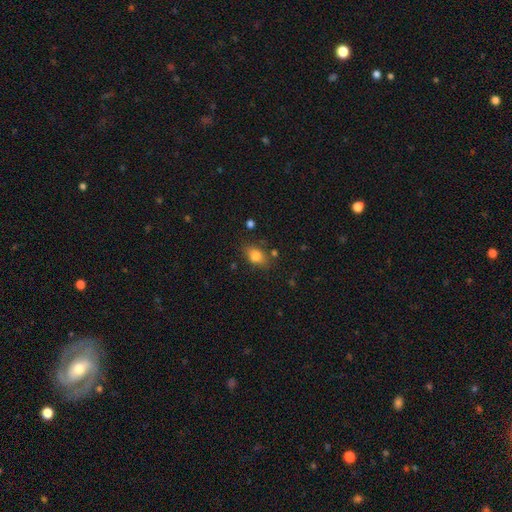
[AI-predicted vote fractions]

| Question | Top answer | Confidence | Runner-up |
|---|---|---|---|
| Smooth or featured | smooth | 81% | star or artifact (10%) |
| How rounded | in between | 73% | round (24%) |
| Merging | none | 73% | minor disturbance (18%) |